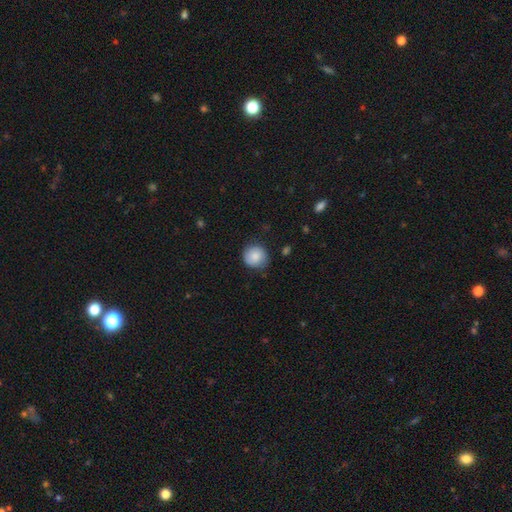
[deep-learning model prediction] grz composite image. It shows a smooth galaxy with no disk features (85%) that is round (91%). Merging: none (81%).